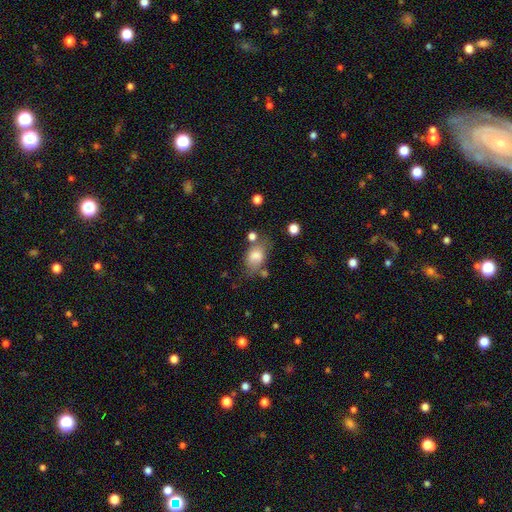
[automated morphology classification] Smooth or featured: smooth — 74% (featured or disk — 16%)
How rounded: in between — 78% (round — 20%)
Merging: none — 50% (minor disturbance — 25%)